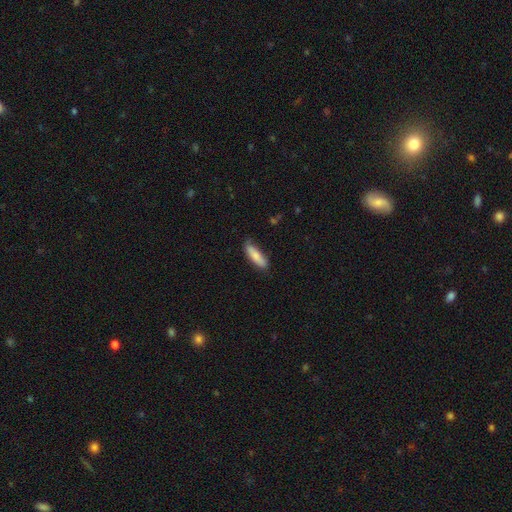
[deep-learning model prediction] A smooth galaxy with no disk features (79%) that is cigar-shaped (56%).

Vote fractions:
- Smooth or featured? smooth: 79% / featured or disk: 15% / star or artifact: 6%
- How rounded? cigar-shaped: 56% / in between: 42% / round: 2%
- Merging? none: 78% / minor disturbance: 17% / major disturbance: 3% / merger: 1%